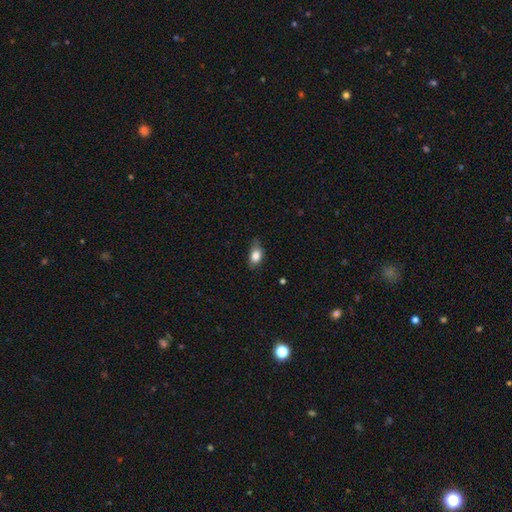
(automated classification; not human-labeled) Morphology: type=smooth (81%); roundness=in between (82%); merging=none (58%).